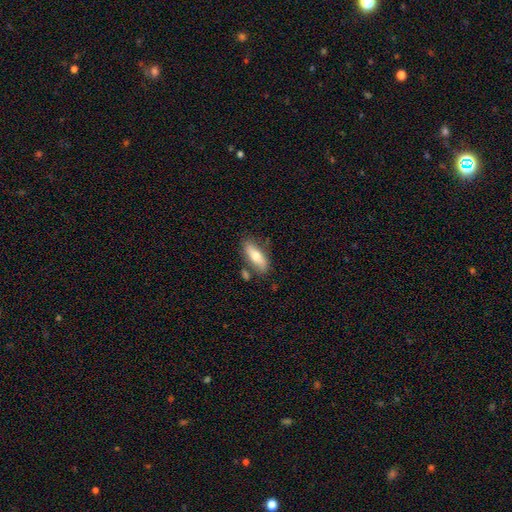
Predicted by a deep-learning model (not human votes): Overall: smooth (67%). How rounded: in between (64%; cigar-shaped 34%). Merging: none (73%).